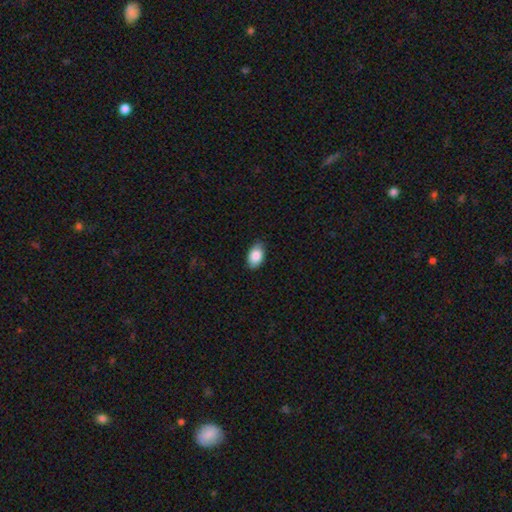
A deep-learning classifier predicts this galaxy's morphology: Overall: smooth (87%). How rounded: in between (92%). Merging: none (84%).